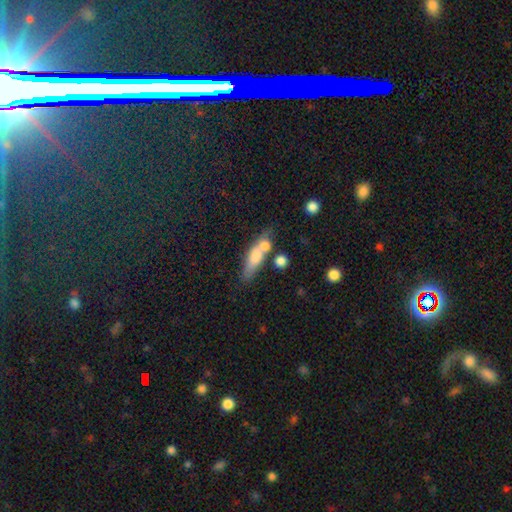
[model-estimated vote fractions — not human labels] Smooth or featured? smooth (66%)
How rounded? cigar-shaped (57%)
Merging? none (43%)